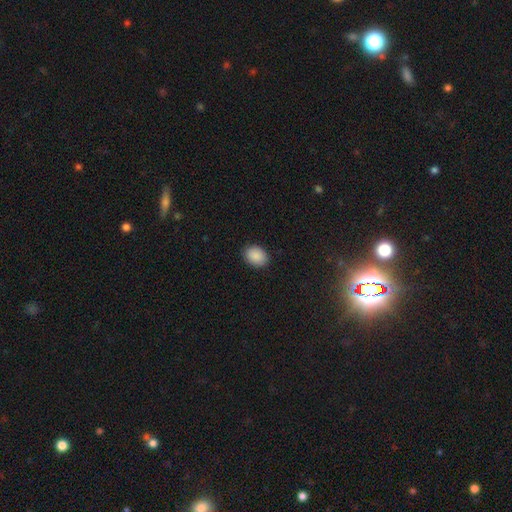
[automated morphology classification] smooth 90%, star or artifact 7%, featured or disk 3%. Down the decision tree: how rounded — in between (70%); merging — none (89%).